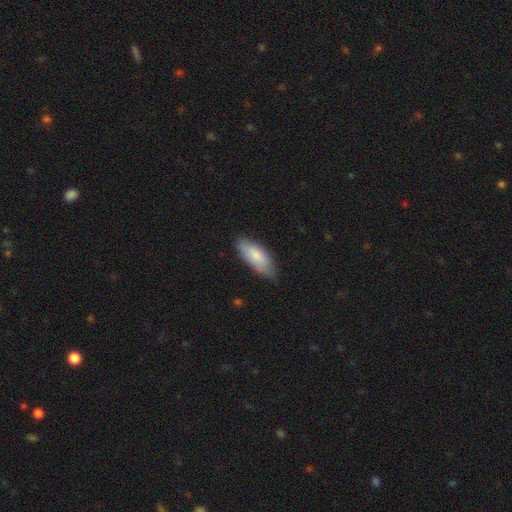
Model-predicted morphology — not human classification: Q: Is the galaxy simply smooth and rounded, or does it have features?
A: smooth — 77%.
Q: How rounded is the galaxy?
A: in between — 79%.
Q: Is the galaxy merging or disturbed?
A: none — 73%.